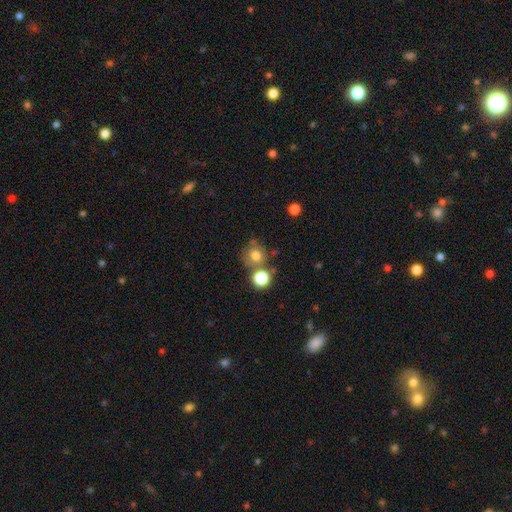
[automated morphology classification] smooth 74%, star or artifact 15%, featured or disk 12%. Down the decision tree: how rounded — round (84%); merging — none (59%).